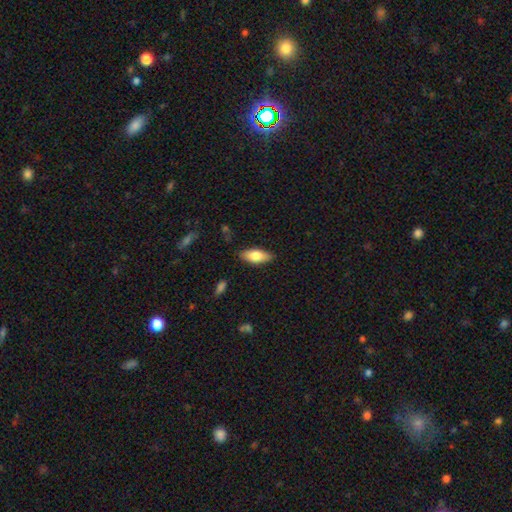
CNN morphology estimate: The model was most divided on "smooth or featured": smooth: 76%, featured or disk: 18%, star or artifact: 6%. More confident: merging — none (86%); how rounded — in between (82%).